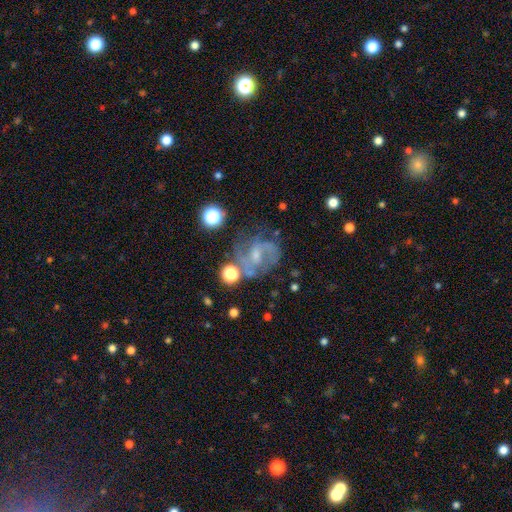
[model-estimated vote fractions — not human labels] A featured or disk galaxy (72%) with a weak bar (50%), 2 (63%) medium (50%) spiral arms (87%) and a small central bulge (49%).

Vote fractions:
- Smooth or featured? featured or disk: 72% / smooth: 15% / star or artifact: 13%
- Edge-on disk? no: 97% / yes: 3%
- Bar? weak: 50% / no: 36% / strong: 14%
- Spiral arms? yes: 87% / no: 13%
- Spiral winding? medium: 50% / loose: 25% / tight: 25%
- Spiral arm count? 2: 63% / can't tell: 18% / 3: 8% / 1: 6% / 4: 3% / more than 4: 2%
- Bulge size? small: 49% / moderate: 30% / none: 17% / large: 3% / dominant: 1%
- Merging? none: 55% / minor disturbance: 20% / major disturbance: 17% / merger: 8%